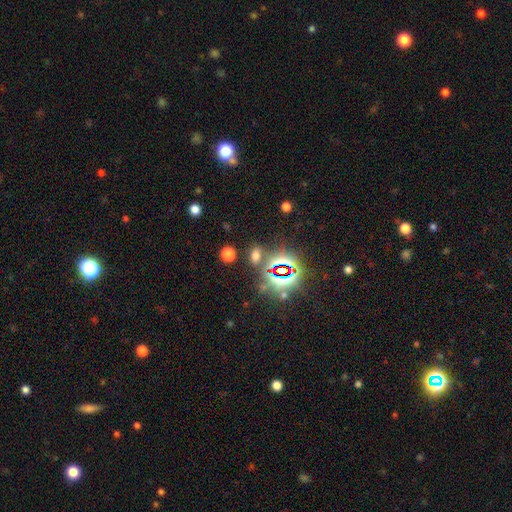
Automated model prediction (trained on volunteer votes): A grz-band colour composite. It shows a smooth galaxy with no disk features (51%) that is in between round and cigar-shaped (71%). Merging: none (77%).